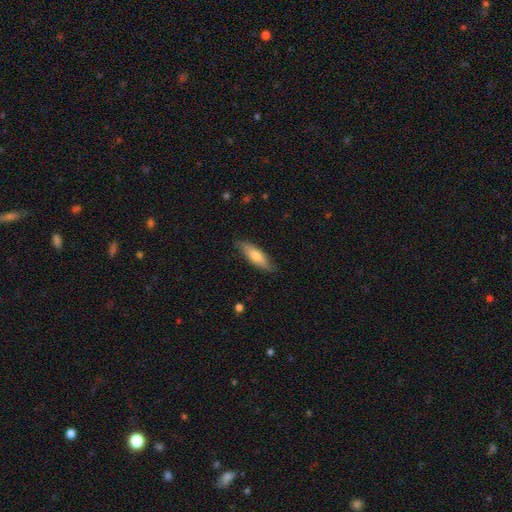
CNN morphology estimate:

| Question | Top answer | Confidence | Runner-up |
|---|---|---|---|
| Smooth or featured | smooth | 68% | featured or disk (26%) |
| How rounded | cigar-shaped | 53% | in between (45%) |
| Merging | none | 81% | minor disturbance (15%) |